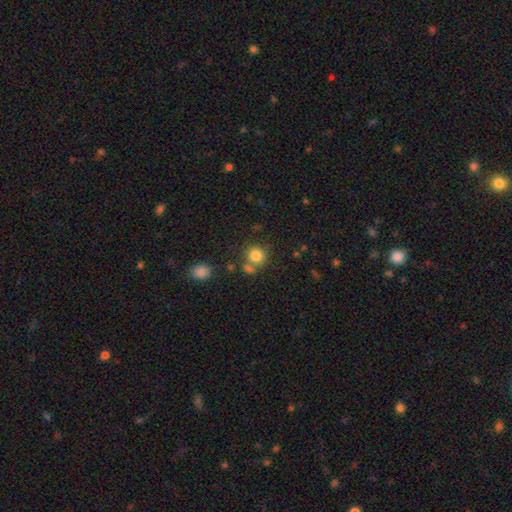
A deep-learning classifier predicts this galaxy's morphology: A smooth galaxy with no disk features (81%) that is round (85%). Merging: none (62%).